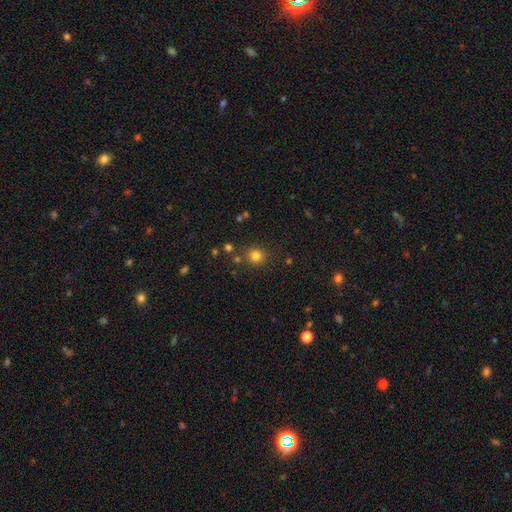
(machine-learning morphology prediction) smooth-or-featured: smooth: 79% | star or artifact: 16% | featured or disk: 6%
  how-rounded: round: 89% | in between: 10% | cigar-shaped: 1%
  merging: none: 82% | minor disturbance: 9% | merger: 6% | major disturbance: 3%